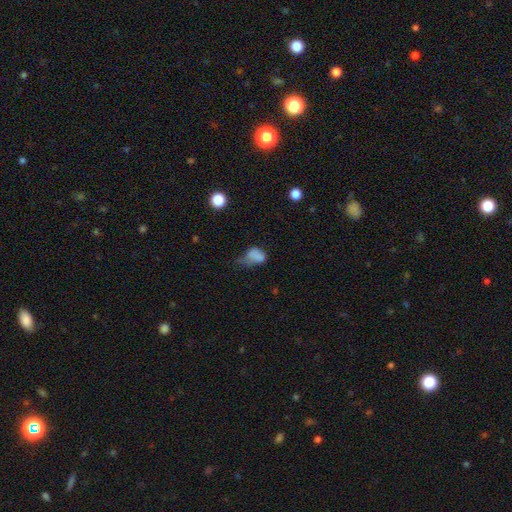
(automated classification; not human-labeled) Smooth or featured?
  - smooth: 73% *
  - featured or disk: 14%
  - star or artifact: 13%
How rounded?
  - in between: 76% *
  - round: 22%
  - cigar-shaped: 2%
Merging?
  - major disturbance: 37% *
  - minor disturbance: 34%
  - none: 22%
  - merger: 7%